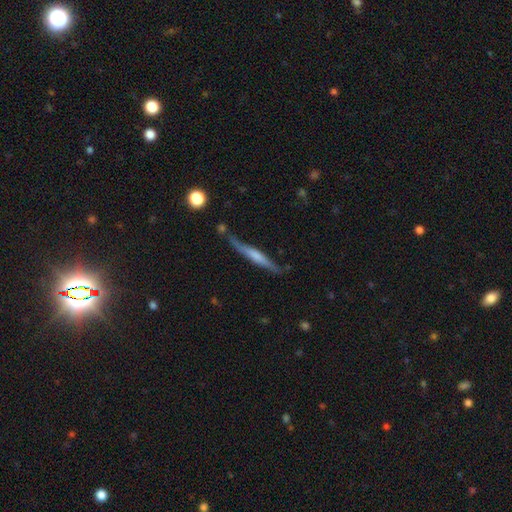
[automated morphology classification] This is possibly a featured or disk galaxy (52%). It is clearly viewed edge-on (92%). Merging: likely none (66%).